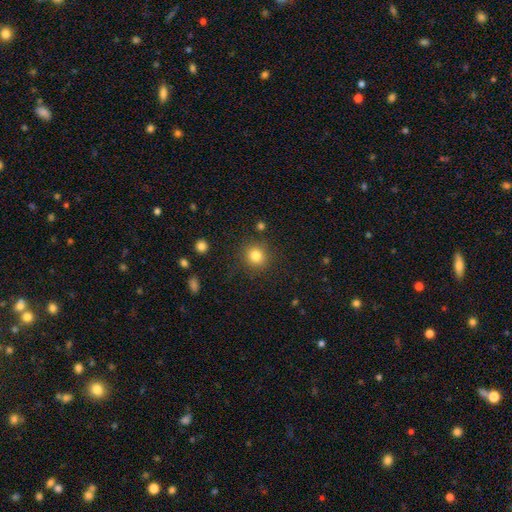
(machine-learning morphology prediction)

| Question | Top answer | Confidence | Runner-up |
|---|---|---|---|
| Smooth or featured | smooth | 82% | star or artifact (12%) |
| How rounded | round | 89% | in between (10%) |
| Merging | none | 87% | minor disturbance (8%) |